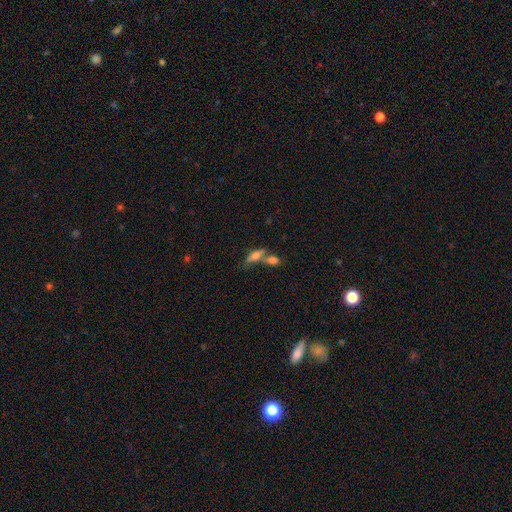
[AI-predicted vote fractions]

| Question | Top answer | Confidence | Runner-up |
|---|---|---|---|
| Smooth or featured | smooth | 66% | featured or disk (24%) |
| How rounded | in between | 66% | cigar-shaped (29%) |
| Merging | merger | 54% | none (29%) |